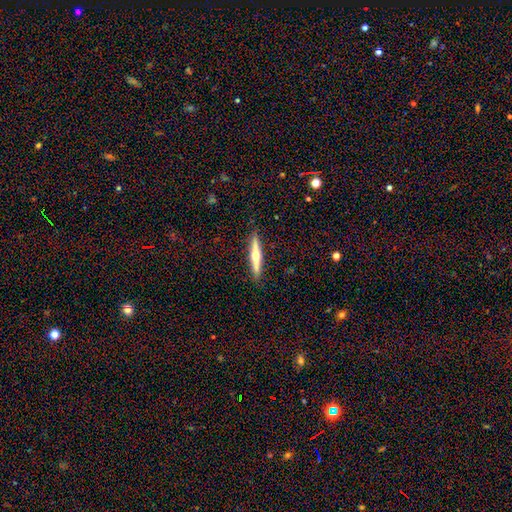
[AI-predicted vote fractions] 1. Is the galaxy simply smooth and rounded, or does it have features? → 66% featured or disk, 29% smooth, 5% star or artifact.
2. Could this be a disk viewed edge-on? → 97% yes, 3% no.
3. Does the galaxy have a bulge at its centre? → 93% rounded, 5% none, 3% boxy.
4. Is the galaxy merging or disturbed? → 91% none, 7% minor disturbance, 1% major disturbance, 1% merger.